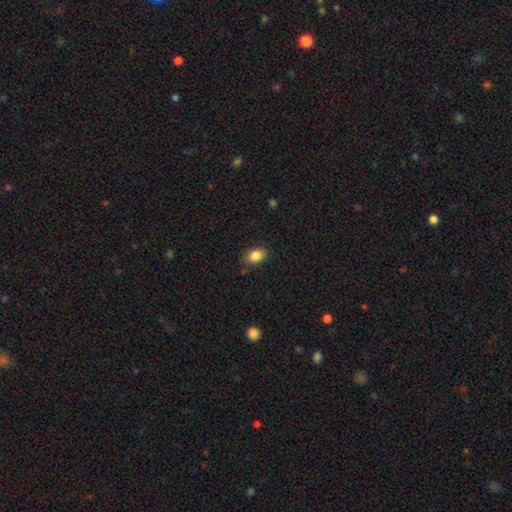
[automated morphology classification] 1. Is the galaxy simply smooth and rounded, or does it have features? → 85% smooth, 8% star or artifact, 7% featured or disk.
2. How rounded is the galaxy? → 84% in between, 15% round, 2% cigar-shaped.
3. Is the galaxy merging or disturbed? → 85% none, 11% minor disturbance, 2% major disturbance, 1% merger.